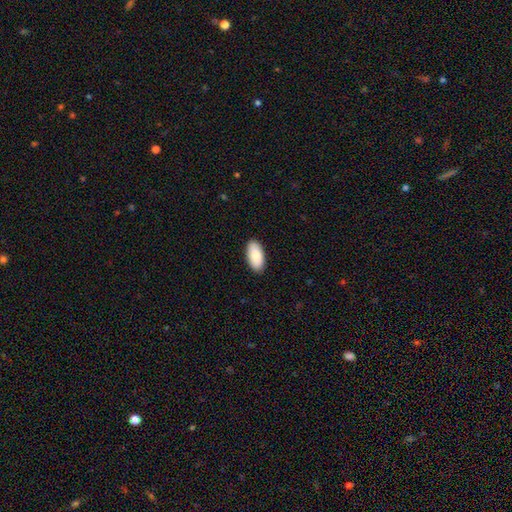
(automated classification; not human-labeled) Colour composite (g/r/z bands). It shows a smooth galaxy with no disk features (87%) that is in between round and cigar-shaped (94%). Merging: none (90%).